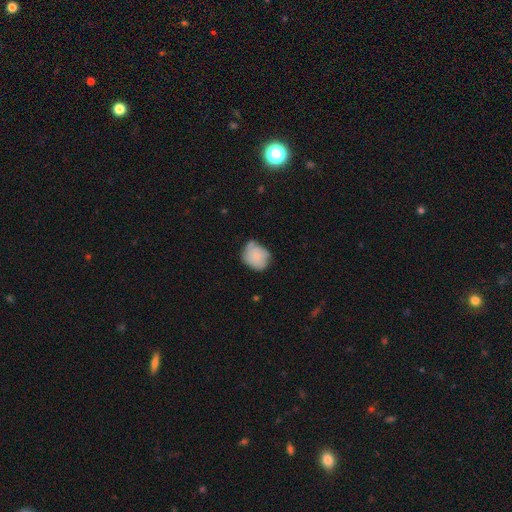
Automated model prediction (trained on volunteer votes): Morphology: type=smooth (69%); roundness=round (57%); merging=none (48%).